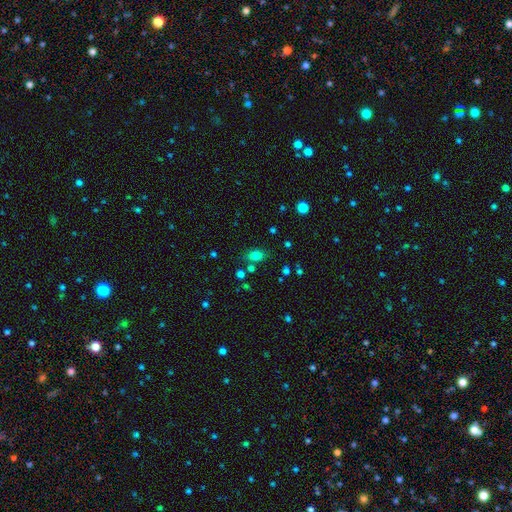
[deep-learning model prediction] This is likely a smooth galaxy (77%). How rounded: likely in between (80%). Merging: likely none (74%).